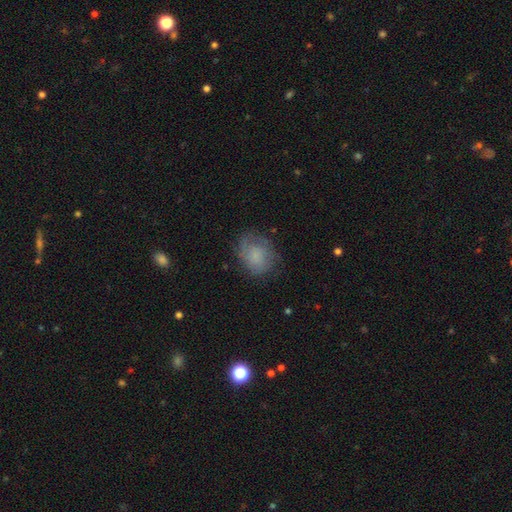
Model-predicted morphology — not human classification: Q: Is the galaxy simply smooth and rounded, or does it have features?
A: smooth — 63%.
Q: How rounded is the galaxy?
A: round — 50%.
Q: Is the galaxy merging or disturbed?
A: none — 64%.